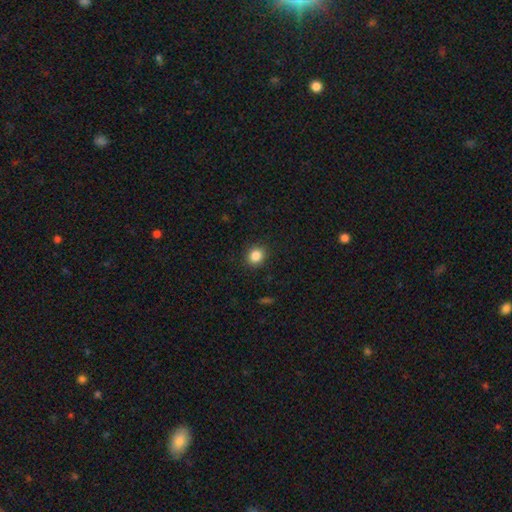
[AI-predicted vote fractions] Smooth or featured? smooth (85%)
How rounded? round (78%)
Merging? none (90%)